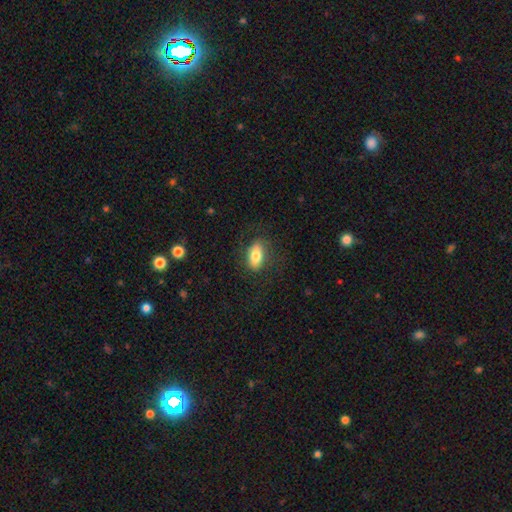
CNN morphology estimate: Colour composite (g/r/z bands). It shows a smooth galaxy with no disk features (75%) that is in between round and cigar-shaped (88%). Merging: none (78%).